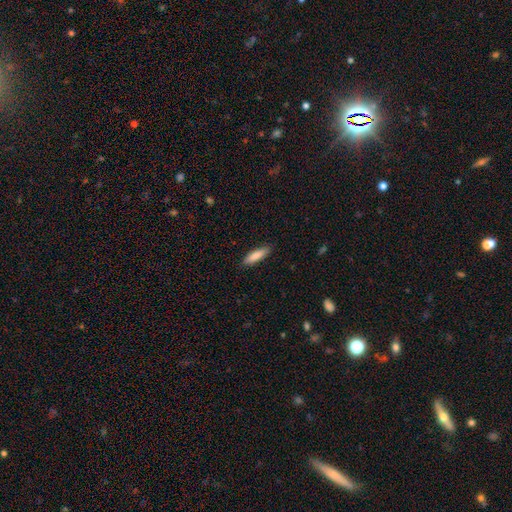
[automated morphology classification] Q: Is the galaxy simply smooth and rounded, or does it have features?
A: smooth — 84%.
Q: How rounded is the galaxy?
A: cigar-shaped — 70%.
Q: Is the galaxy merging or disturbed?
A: none — 88%.